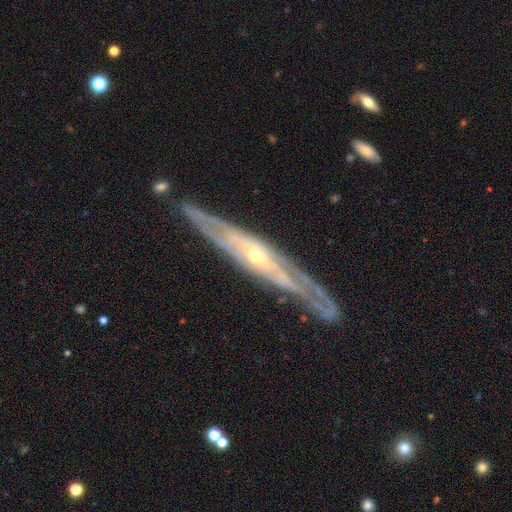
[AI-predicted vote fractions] smooth-or-featured: featured or disk: 86% | smooth: 9% | star or artifact: 5%
  disk-edge-on: yes: 58% | no: 42%
  merging: none: 82% | minor disturbance: 13% | major disturbance: 4% | merger: 2%